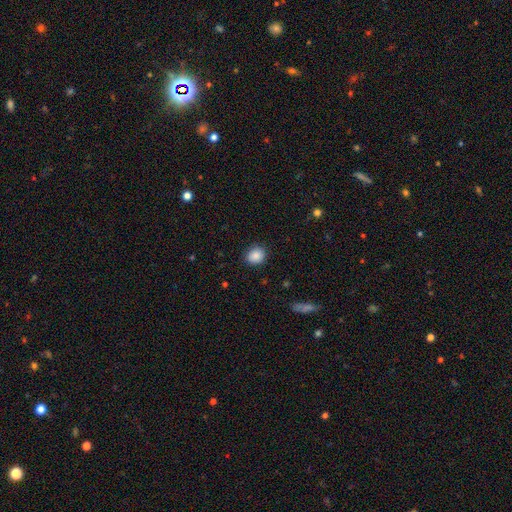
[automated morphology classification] smooth 88%, star or artifact 8%, featured or disk 4%. Down the decision tree: how rounded — round (75%); merging — none (87%).